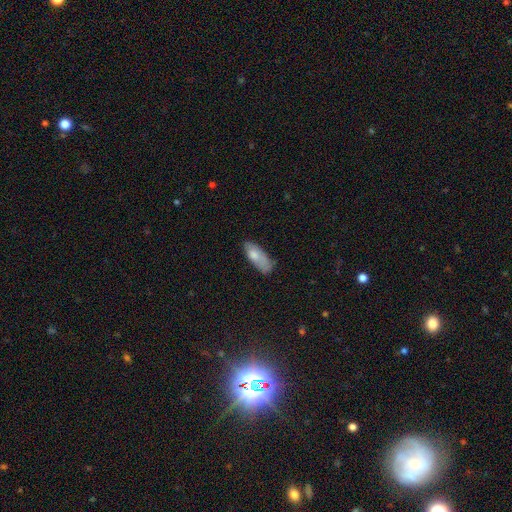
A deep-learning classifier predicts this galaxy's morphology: type=smooth (76%); roundness=in between (76%); merging=none (54%).